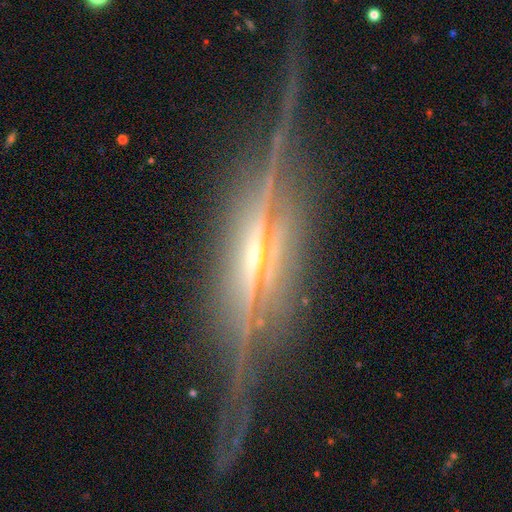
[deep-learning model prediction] Smooth or featured: featured or disk — 88% (star or artifact — 7%)
Edge-on disk: yes — 96% (no — 4%)
Edge-on bulge: rounded — 68% (boxy — 19%)
Merging: none — 76% (minor disturbance — 15%)